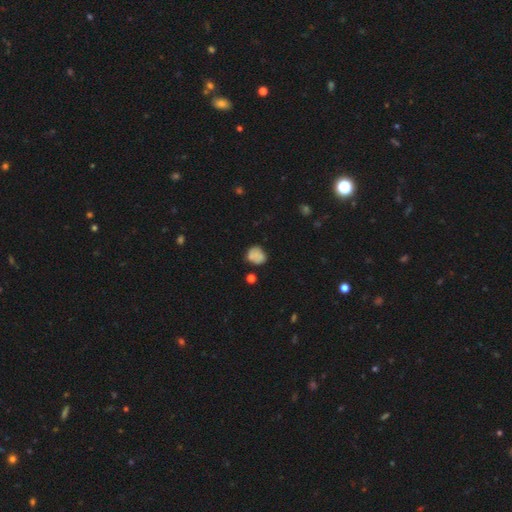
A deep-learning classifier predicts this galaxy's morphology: Smooth or featured? Predicted: smooth (p=0.77). How rounded? Predicted: round (p=0.66). Merging? Predicted: none (p=0.60).